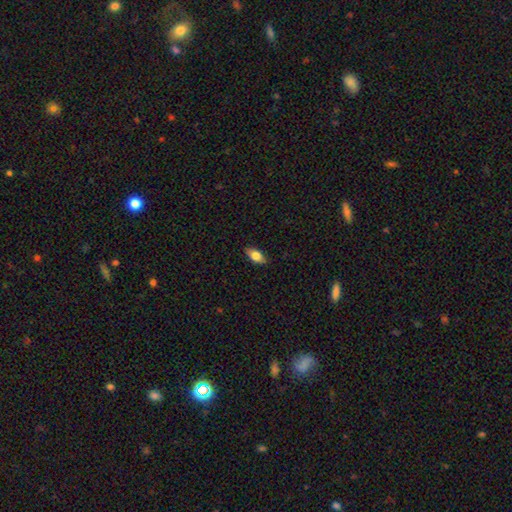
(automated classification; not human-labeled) Smooth or featured? Predicted: smooth (p=0.75). How rounded? Predicted: in between (p=0.88). Merging? Predicted: none (p=0.86).